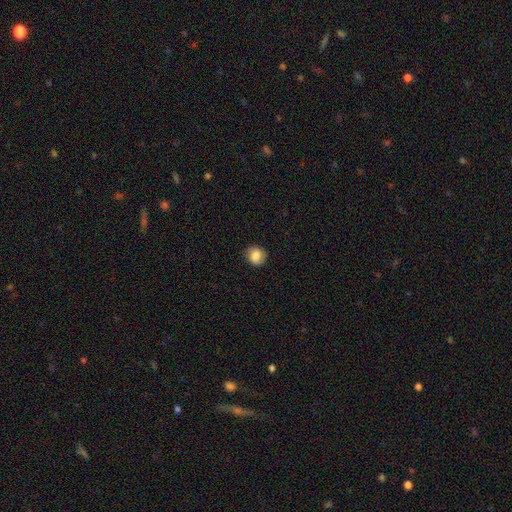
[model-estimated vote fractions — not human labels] smooth-or-featured: smooth: 79% | featured or disk: 12% | star or artifact: 9%
  how-rounded: round: 80% | in between: 19% | cigar-shaped: 1%
  merging: none: 83% | minor disturbance: 13% | major disturbance: 3% | merger: 1%